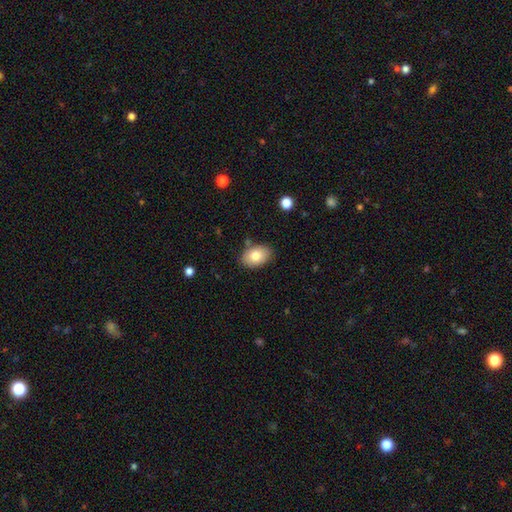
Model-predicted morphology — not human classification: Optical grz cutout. It shows a smooth galaxy with no disk features (80%) that is in between round and cigar-shaped (86%). Merging: none (82%).